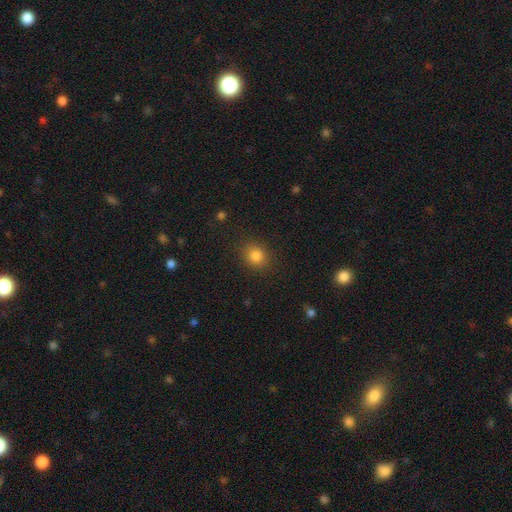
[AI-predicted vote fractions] smooth-or-featured: smooth: 83% | star or artifact: 12% | featured or disk: 5%
  how-rounded: round: 71% | in between: 28% | cigar-shaped: 1%
  merging: none: 88% | minor disturbance: 8% | major disturbance: 3% | merger: 1%